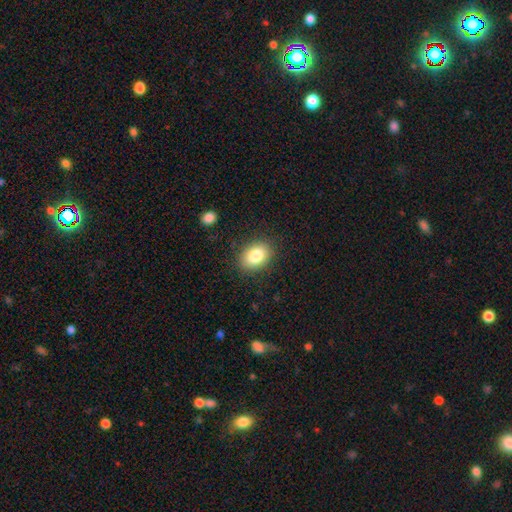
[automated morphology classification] This is clearly a smooth galaxy (84%). How rounded: likely in between (75%). Merging: clearly none (87%).